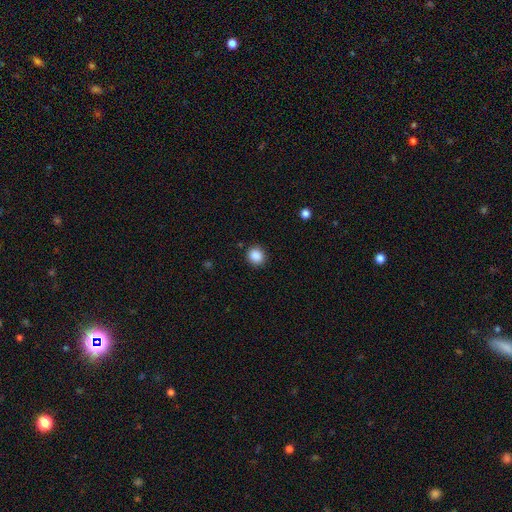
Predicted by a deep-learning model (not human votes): Smooth or featured: smooth — 88% (star or artifact — 10%)
How rounded: round — 83% (in between — 17%)
Merging: none — 90% (minor disturbance — 7%)